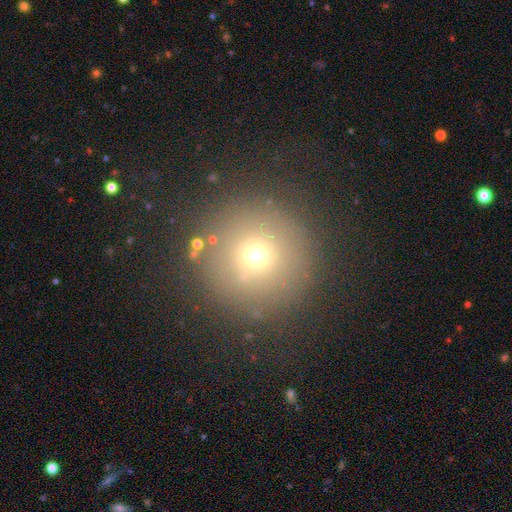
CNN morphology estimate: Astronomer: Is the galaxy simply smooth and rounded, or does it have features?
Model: smooth — 65%.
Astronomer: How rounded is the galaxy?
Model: round — 96%.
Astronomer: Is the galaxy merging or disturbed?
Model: none — 85%.